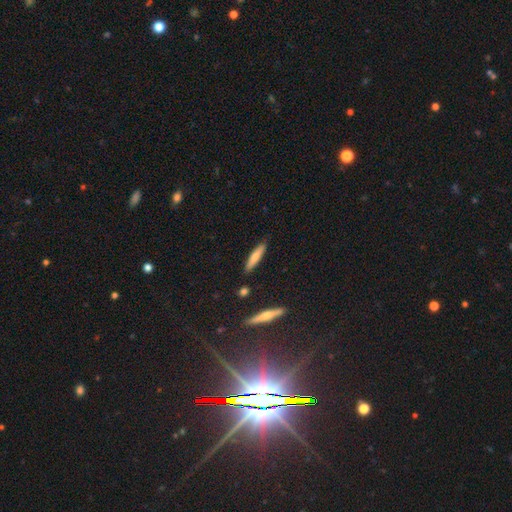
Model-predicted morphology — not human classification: smooth-or-featured: smooth: 72% | featured or disk: 22% | star or artifact: 6%
  how-rounded: cigar-shaped: 85% | in between: 14% | round: 1%
  merging: none: 87% | minor disturbance: 9% | merger: 2% | major disturbance: 2%